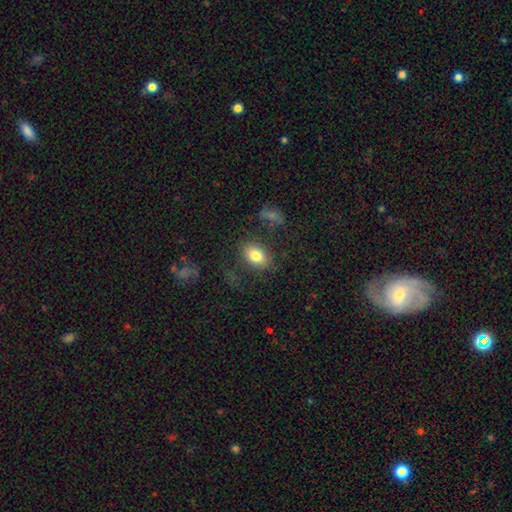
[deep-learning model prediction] This appears to be a smooth galaxy with no disk features (80%) that is in between round and cigar-shaped (84%). Merging: none (73%).